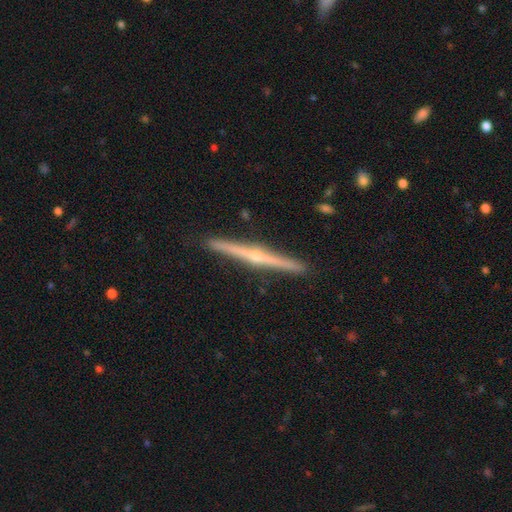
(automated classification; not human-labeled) smooth-or-featured: featured or disk: 83% | smooth: 12% | star or artifact: 5%
  disk-edge-on: yes: 98% | no: 2%
    edge-on-bulge: rounded: 86% | none: 10% | boxy: 3%
  merging: none: 92% | minor disturbance: 5% | major disturbance: 1% | merger: 1%